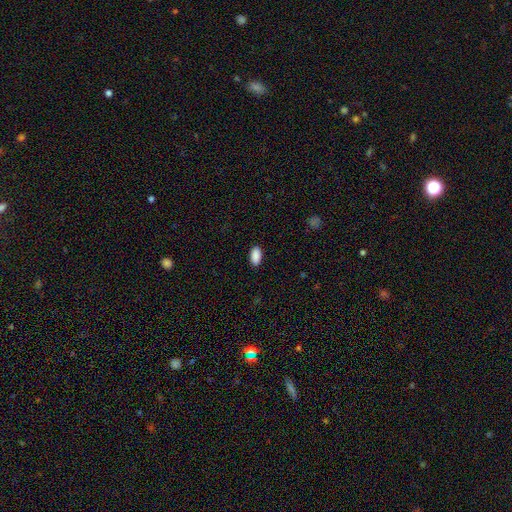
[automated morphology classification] smooth-or-featured: smooth: 90% | star or artifact: 7% | featured or disk: 3%
  how-rounded: in between: 94% | cigar-shaped: 3% | round: 3%
  merging: none: 89% | minor disturbance: 8% | major disturbance: 2% | merger: 1%